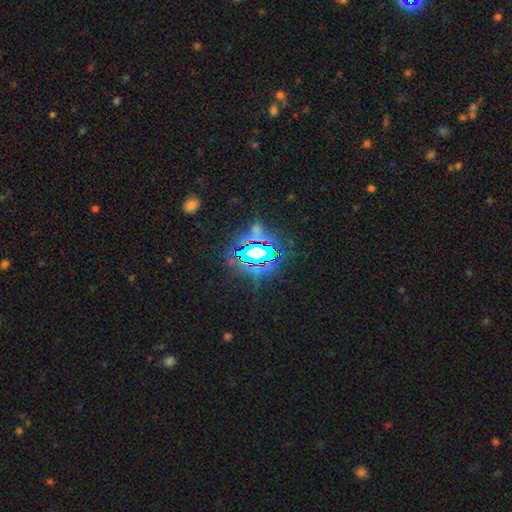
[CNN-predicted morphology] Smooth or featured?
  - star or artifact: 76% *
  - smooth: 12%
  - featured or disk: 11%